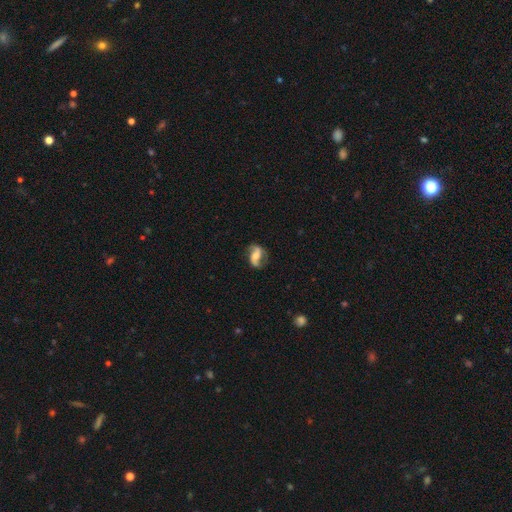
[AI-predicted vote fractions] Morphology: type=featured or disk (71%); edge-on=no (94%); bar=strong (36%); spiral arms=yes (89%); winding=loose (58%); arm count=2 (89%); bulge=moderate (51%); merging=none (73%).